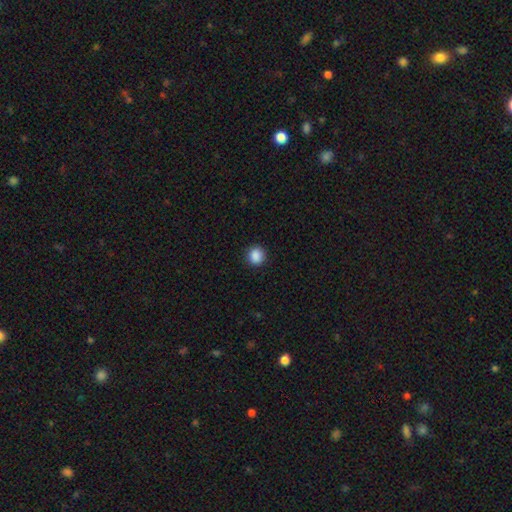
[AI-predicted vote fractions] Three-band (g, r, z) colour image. It shows a smooth galaxy with no disk features (88%) that is round (89%). Merging: none (91%).